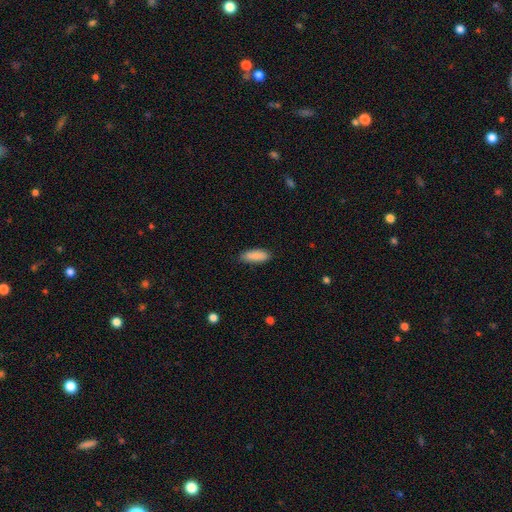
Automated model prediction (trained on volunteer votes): smooth_or_featured: smooth (p=0.89) [alt: star or artifact p=0.06]
how_rounded: in between (p=0.68) [alt: cigar-shaped p=0.31]
merging: none (p=0.85) [alt: minor disturbance p=0.12]